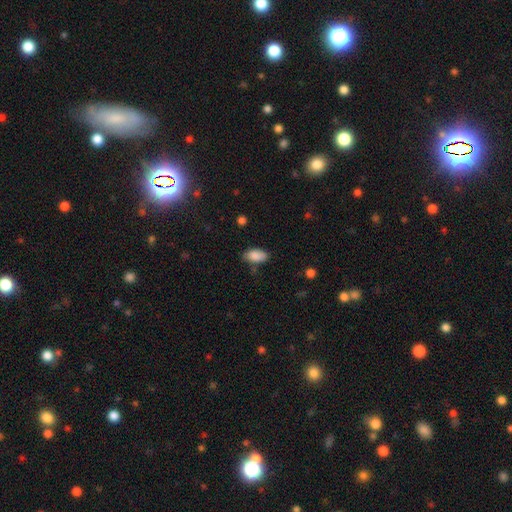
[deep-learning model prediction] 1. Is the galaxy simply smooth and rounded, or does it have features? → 88% smooth, 7% star or artifact, 5% featured or disk.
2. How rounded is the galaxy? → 93% in between, 4% cigar-shaped, 4% round.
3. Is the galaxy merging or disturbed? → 74% none, 20% minor disturbance, 4% major disturbance, 2% merger.